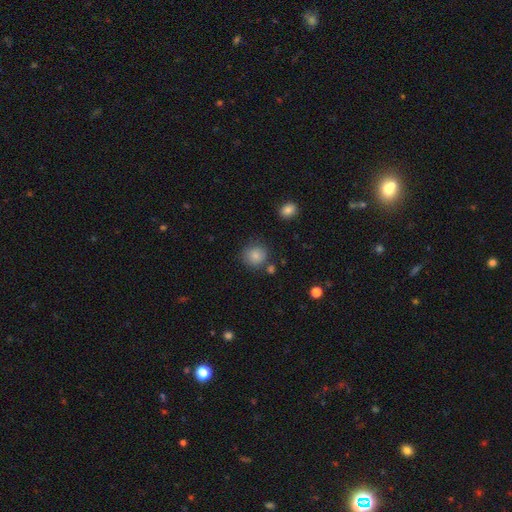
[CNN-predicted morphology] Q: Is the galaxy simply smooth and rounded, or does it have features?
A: smooth — 84%.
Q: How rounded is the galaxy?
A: round — 87%.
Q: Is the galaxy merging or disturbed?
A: none — 77%.